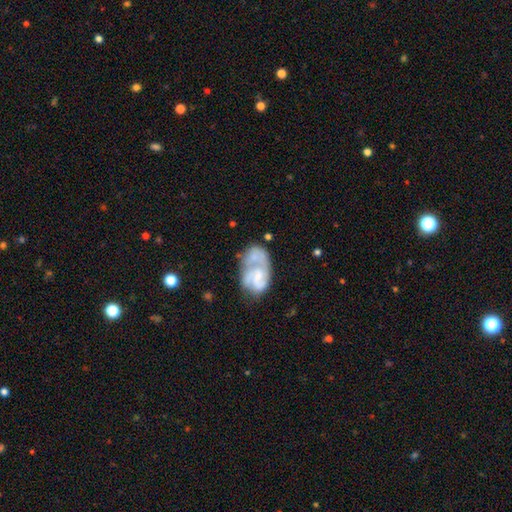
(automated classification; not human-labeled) featured or disk 64%, smooth 29%, star or artifact 7%. Down the decision tree: edge-on disk — no (98%); bar — no (63%); spiral arms — yes (72%); bulge size — small (34%, tied with none); merging — merger (30%).